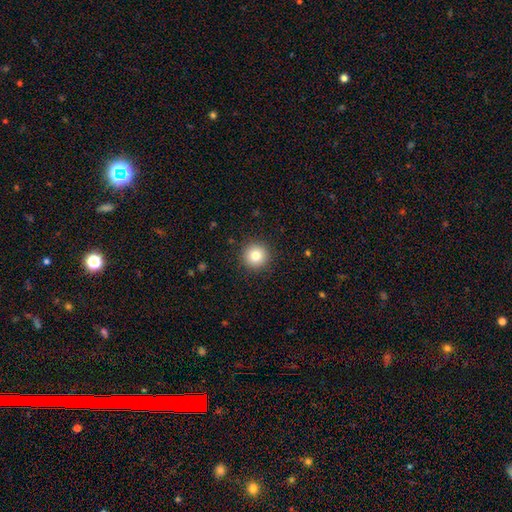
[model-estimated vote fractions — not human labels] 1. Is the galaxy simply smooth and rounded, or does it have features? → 81% smooth, 11% star or artifact, 8% featured or disk.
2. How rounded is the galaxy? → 96% round, 3% in between, 1% cigar-shaped.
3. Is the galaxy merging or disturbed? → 92% none, 5% minor disturbance, 2% major disturbance, 1% merger.